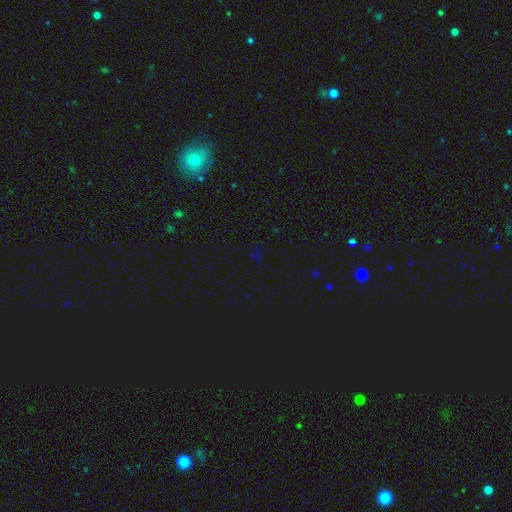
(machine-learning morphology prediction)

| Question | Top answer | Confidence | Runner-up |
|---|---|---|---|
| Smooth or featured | star or artifact | 72% | smooth (21%) |